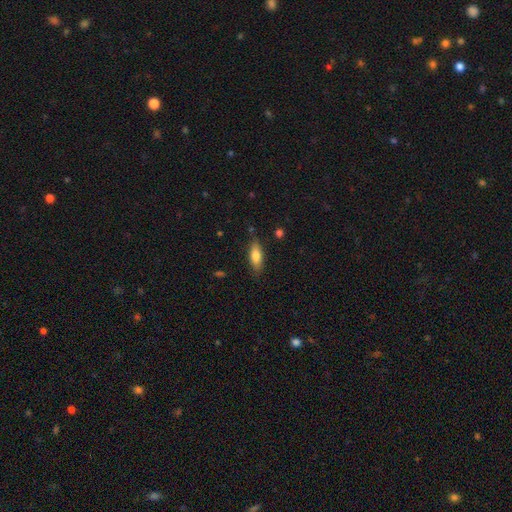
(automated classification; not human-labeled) A smooth galaxy with no disk features (78%) that is in between round and cigar-shaped (68%).

Vote fractions:
- Smooth or featured? smooth: 78% / featured or disk: 16% / star or artifact: 7%
- How rounded? in between: 68% / cigar-shaped: 29% / round: 2%
- Merging? none: 82% / minor disturbance: 13% / major disturbance: 3% / merger: 2%